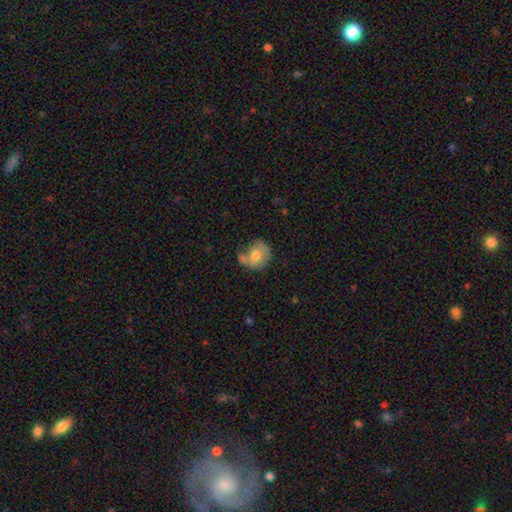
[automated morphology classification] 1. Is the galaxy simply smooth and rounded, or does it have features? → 66% smooth, 26% featured or disk, 8% star or artifact.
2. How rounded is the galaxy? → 59% round, 40% in between, 1% cigar-shaped.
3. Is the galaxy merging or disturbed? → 44% none, 25% minor disturbance, 21% merger, 11% major disturbance.